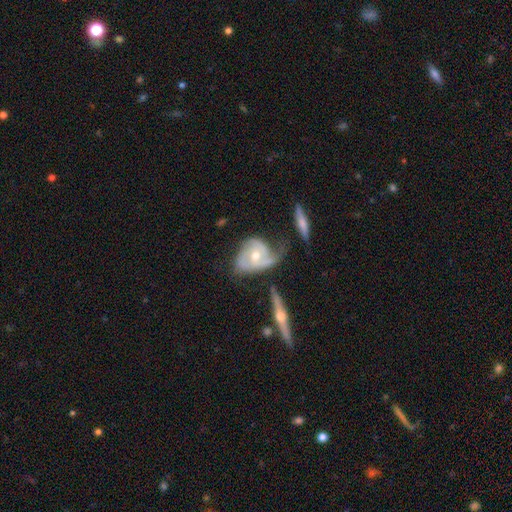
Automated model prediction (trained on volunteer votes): smooth_or_featured: featured or disk (p=0.75) [alt: smooth p=0.19]
disk_edge_on: no (p=0.92) [alt: yes p=0.08]
bar: no (p=0.68) [alt: weak p=0.25]
has_spiral_arms: yes (p=0.80) [alt: no p=0.20]
spiral_winding: tight (p=0.36) [alt: medium p=0.35]
spiral_arm_count: 2 (p=0.40) [alt: 1 p=0.27]
bulge_size: moderate (p=0.62) [alt: small p=0.34]
merging: major disturbance (p=0.34) [alt: none p=0.29]